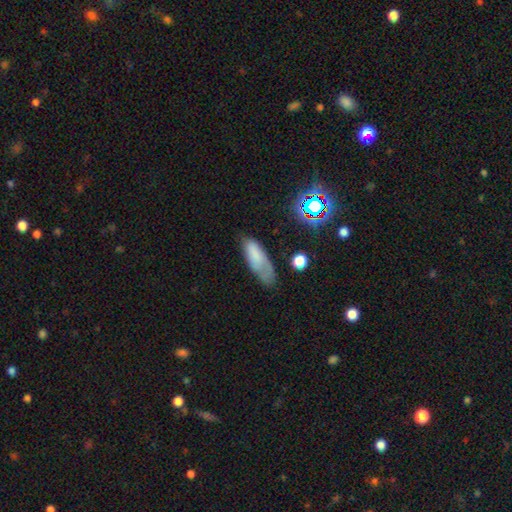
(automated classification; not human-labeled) Smooth or featured? smooth (65%)
How rounded? in between (71%)
Merging? none (45%)